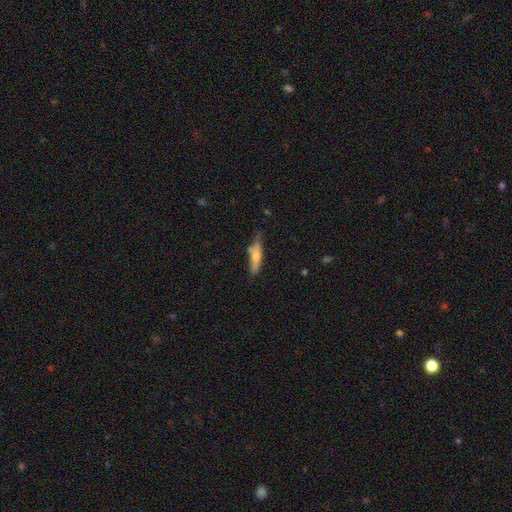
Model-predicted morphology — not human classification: Smooth or featured: smooth — 63% (featured or disk — 31%)
How rounded: cigar-shaped — 69% (in between — 29%)
Merging: none — 58% (minor disturbance — 28%)